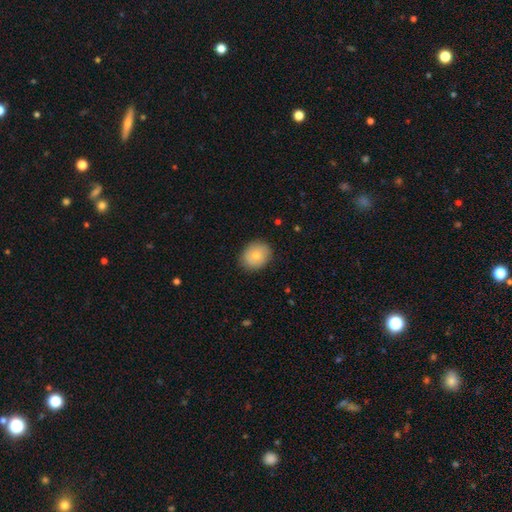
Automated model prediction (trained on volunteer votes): Overall: smooth (78%). How rounded: round (60%; in between 39%). Merging: none (85%).